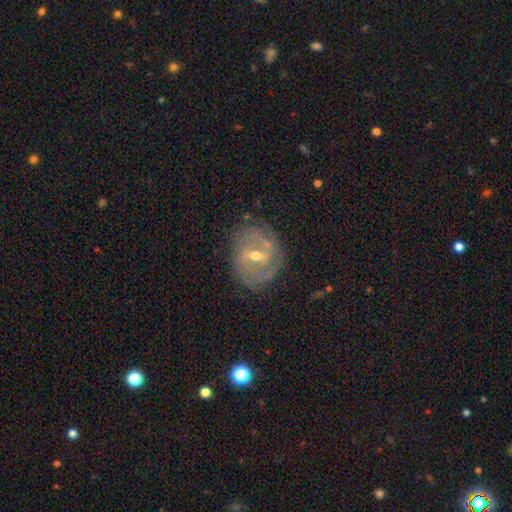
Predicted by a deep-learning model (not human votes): A featured or disk galaxy (81%) with a weak bar (51%), 2 (40%) tight (56%) spiral arms (87%) and a moderate central bulge (59%).

Vote fractions:
- Smooth or featured? featured or disk: 81% / smooth: 12% / star or artifact: 7%
- Edge-on disk? no: 95% / yes: 5%
- Bar? weak: 51% / strong: 32% / no: 17%
- Spiral arms? yes: 87% / no: 13%
- Spiral winding? tight: 56% / medium: 33% / loose: 11%
- Spiral arm count? 2: 40% / can't tell: 31% / 3: 15% / 4: 5% / 1: 5% / more than 4: 4%
- Bulge size? moderate: 59% / small: 38% / large: 2% / none: 1% / dominant: 1%
- Merging? none: 73% / minor disturbance: 18% / major disturbance: 7% / merger: 3%